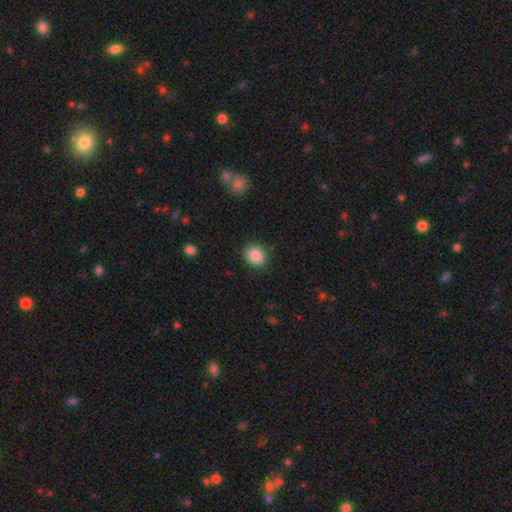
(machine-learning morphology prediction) Overall: smooth (88%). How rounded: round (54%; in between 46%). Merging: none (85%).